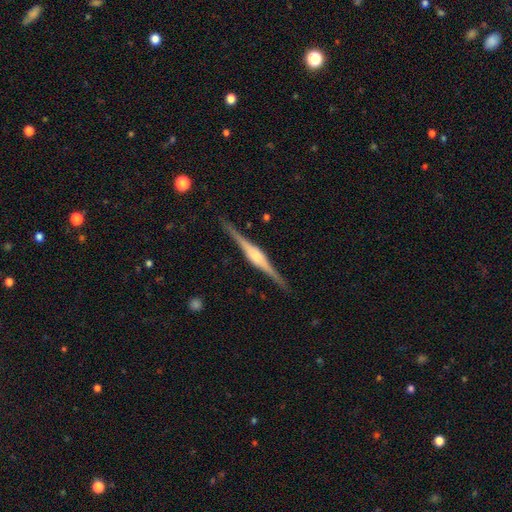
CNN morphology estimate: Smooth or featured?
  - featured or disk: 86% *
  - smooth: 9%
  - star or artifact: 5%
Edge-on disk?
  - yes: 98% *
  - no: 2%
Edge-on bulge?
  - rounded: 73% *
  - boxy: 22%
  - none: 4%
Merging?
  - none: 90% *
  - minor disturbance: 7%
  - major disturbance: 2%
  - merger: 1%